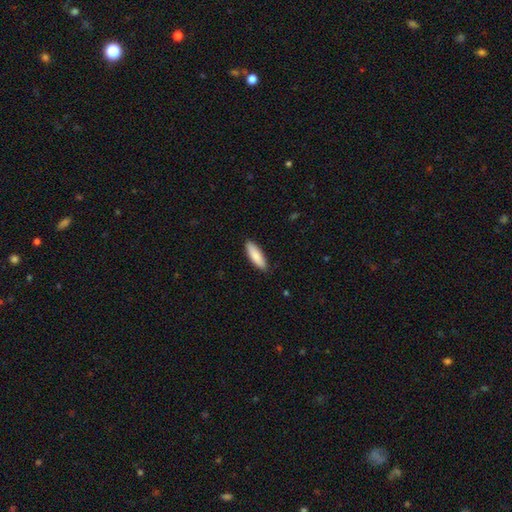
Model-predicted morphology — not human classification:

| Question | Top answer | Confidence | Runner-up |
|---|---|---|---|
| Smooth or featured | smooth | 85% | featured or disk (10%) |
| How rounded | in between | 49% | tied: cigar-shaped (49%) |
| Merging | none | 88% | minor disturbance (9%) |